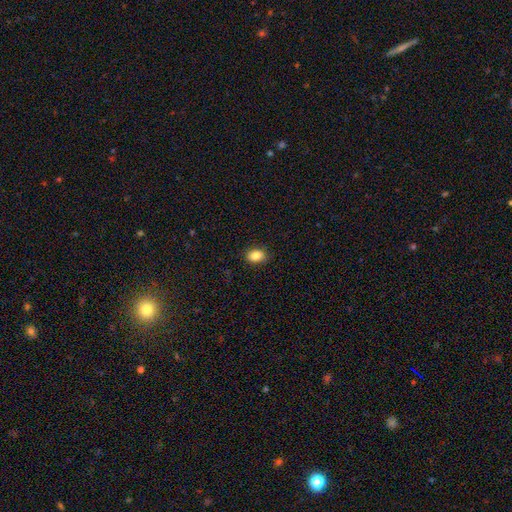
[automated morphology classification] smooth_or_featured: smooth (p=0.86) [alt: star or artifact p=0.09]
how_rounded: in between (p=0.76) [alt: round p=0.22]
merging: none (p=0.87) [alt: minor disturbance p=0.10]